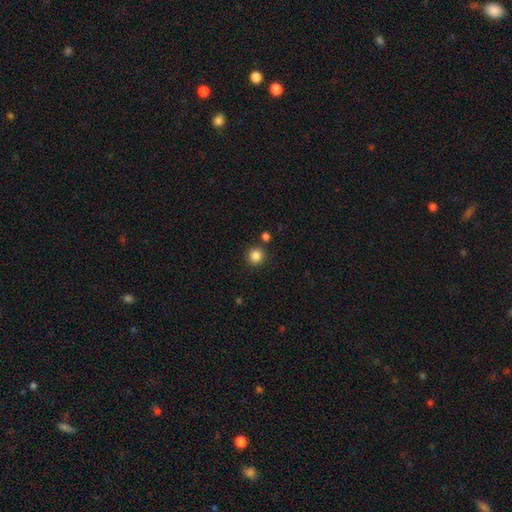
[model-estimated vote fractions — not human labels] smooth_or_featured: smooth (p=0.85) [alt: star or artifact p=0.11]
how_rounded: round (p=0.94) [alt: in between p=0.05]
merging: none (p=0.87) [alt: minor disturbance p=0.06]